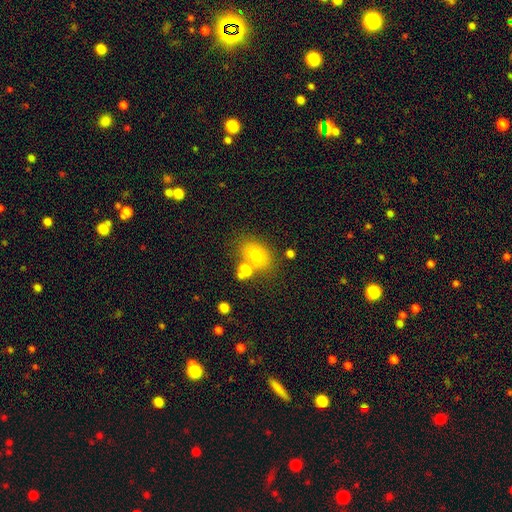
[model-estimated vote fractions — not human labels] Q: Smooth or featured?
A: smooth (73%); runner-up: featured or disk (15%)
Q: How rounded?
A: in between (65%); runner-up: round (33%)
Q: Merging?
A: none (59%); runner-up: merger (23%)